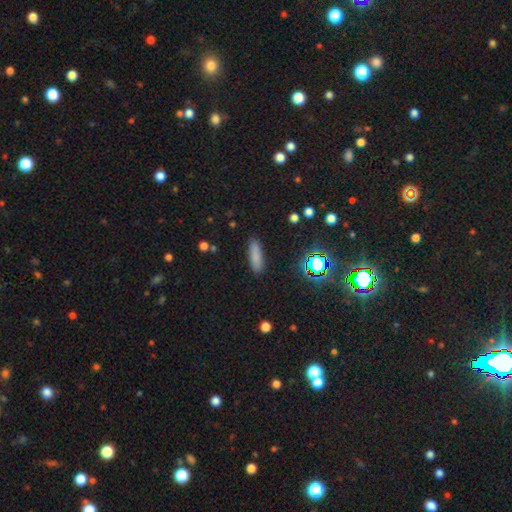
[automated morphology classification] Smooth or featured? smooth (80%)
How rounded? in between (50%)
Merging? none (87%)